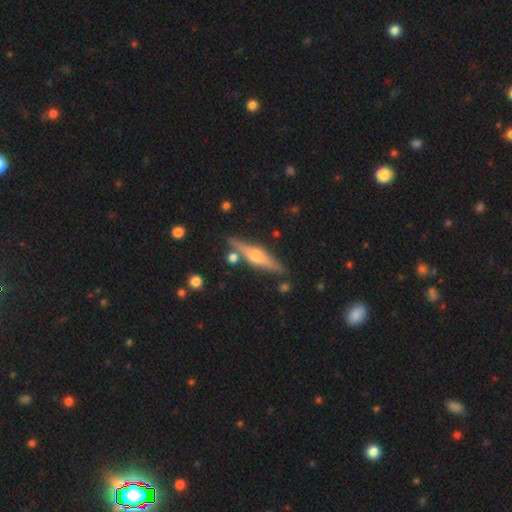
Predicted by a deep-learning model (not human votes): Smooth or featured: featured or disk — 72% (smooth — 22%)
Edge-on disk: yes — 96% (no — 4%)
Edge-on bulge: rounded — 89% (boxy — 8%)
Merging: none — 84% (minor disturbance — 9%)